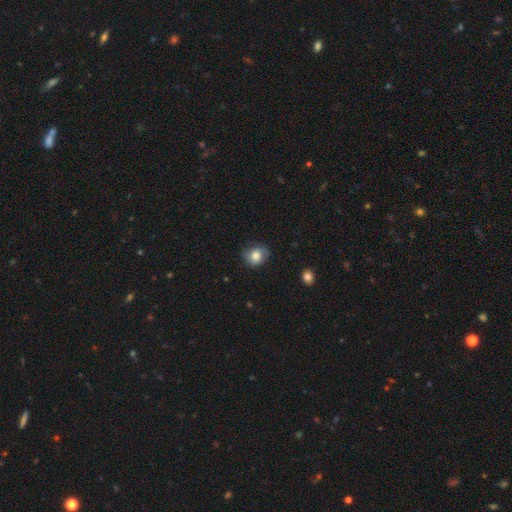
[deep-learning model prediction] Morphology: type=smooth (70%); roundness=round (67%); merging=none (66%).